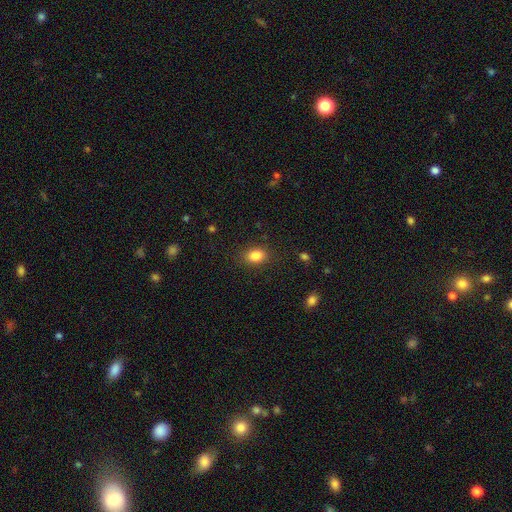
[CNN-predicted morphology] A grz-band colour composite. It shows a smooth galaxy with no disk features (85%) that is in between round and cigar-shaped (75%). Merging: none (85%).